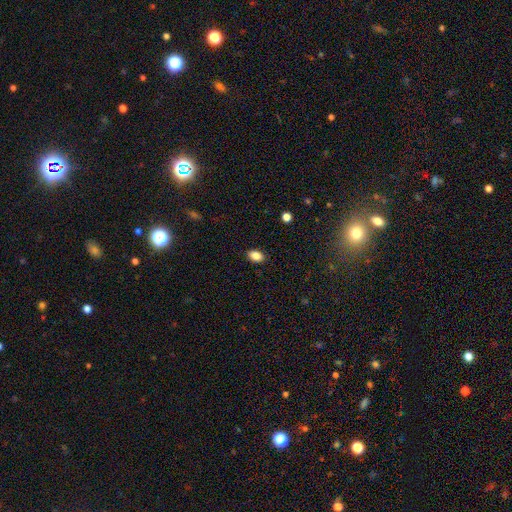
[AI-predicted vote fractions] smooth_or_featured: smooth (p=0.87) [alt: star or artifact p=0.09]
how_rounded: in between (p=0.86) [alt: round p=0.12]
merging: none (p=0.88) [alt: minor disturbance p=0.09]